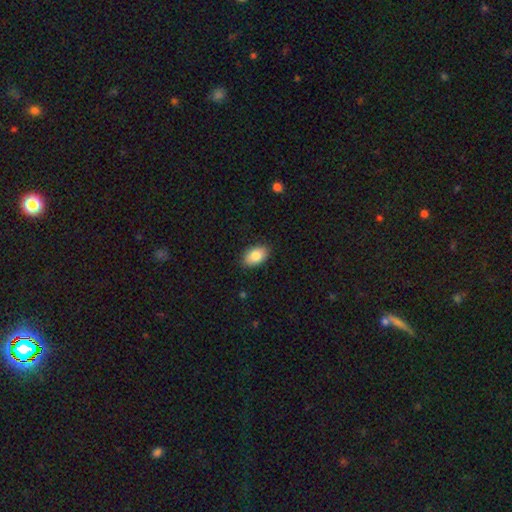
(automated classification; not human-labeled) The model was most divided on "smooth or featured": smooth: 85%, featured or disk: 8%, star or artifact: 7%. More confident: how rounded — in between (91%); merging — none (88%).